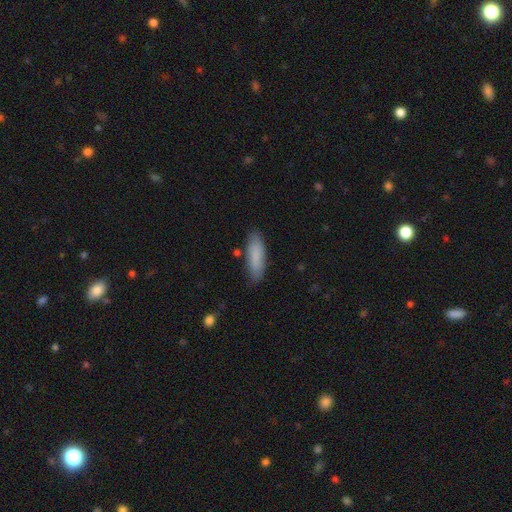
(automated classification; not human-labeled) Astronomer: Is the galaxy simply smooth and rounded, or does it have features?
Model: smooth — 85%.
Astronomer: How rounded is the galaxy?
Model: cigar-shaped — 51% (runner-up: in between, 48%).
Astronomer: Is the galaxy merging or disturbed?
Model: none — 83%.